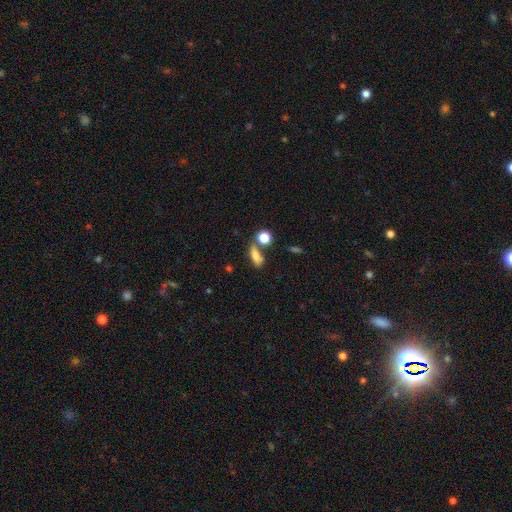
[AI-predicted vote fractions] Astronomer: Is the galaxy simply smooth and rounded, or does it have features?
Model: smooth — 77%.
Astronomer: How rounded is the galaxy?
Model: in between — 59%.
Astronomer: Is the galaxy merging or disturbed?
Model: none — 56%.